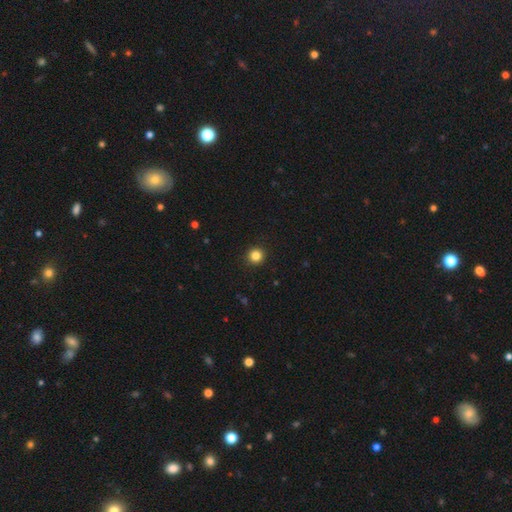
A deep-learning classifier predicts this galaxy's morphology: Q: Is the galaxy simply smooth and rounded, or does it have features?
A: smooth — 84%.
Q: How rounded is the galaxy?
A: round — 96%.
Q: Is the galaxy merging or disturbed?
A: none — 93%.